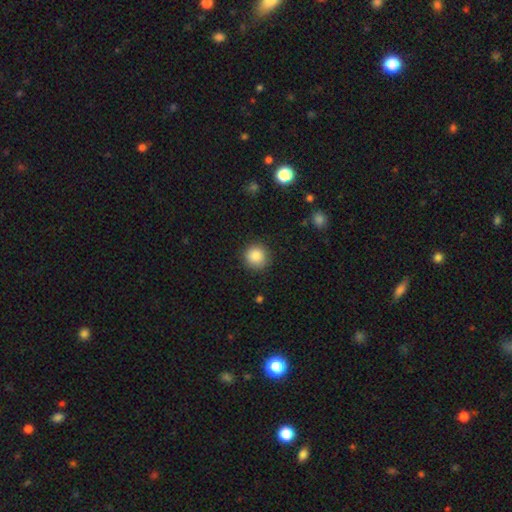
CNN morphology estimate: smooth 86%, star or artifact 10%, featured or disk 4%. Down the decision tree: how rounded — round (94%); merging — none (89%).